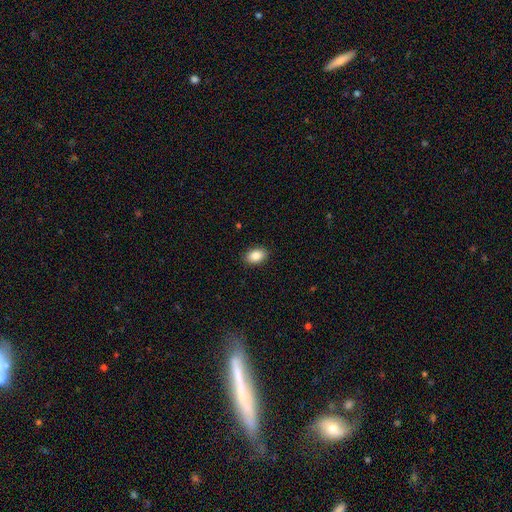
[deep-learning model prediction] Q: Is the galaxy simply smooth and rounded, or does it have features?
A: smooth — 87%.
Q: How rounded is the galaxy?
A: in between — 88%.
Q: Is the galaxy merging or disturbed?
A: none — 90%.